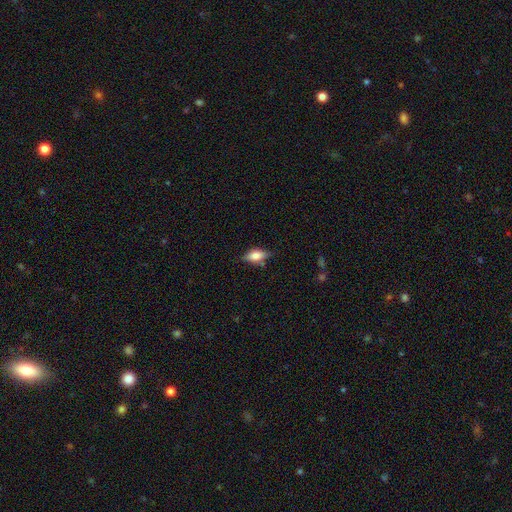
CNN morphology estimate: smooth-or-featured: smooth: 66% | featured or disk: 25% | star or artifact: 8%
  how-rounded: in between: 83% | cigar-shaped: 12% | round: 5%
  merging: none: 71% | minor disturbance: 21% | major disturbance: 5% | merger: 3%